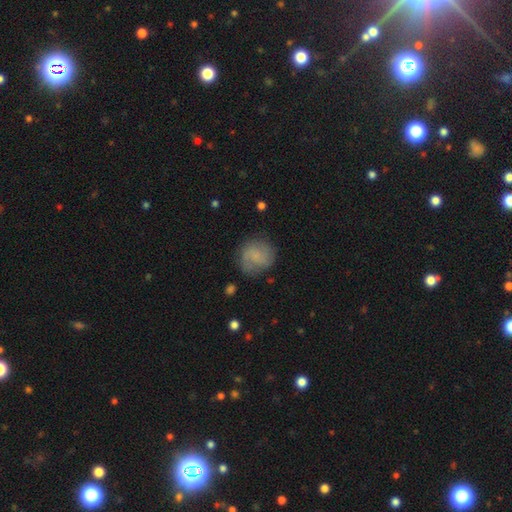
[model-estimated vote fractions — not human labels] smooth-or-featured: smooth: 57% | featured or disk: 35% | star or artifact: 9%
  how-rounded: round: 83% | in between: 16% | cigar-shaped: 1%
  merging: none: 69% | minor disturbance: 21% | major disturbance: 9% | merger: 2%